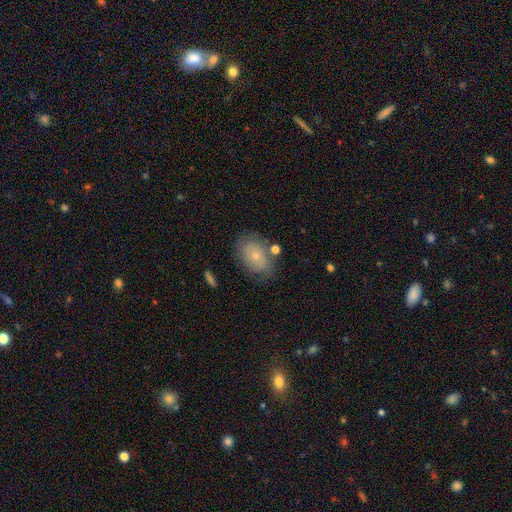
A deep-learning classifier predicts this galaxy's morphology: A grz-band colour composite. It shows a smooth galaxy with no disk features (64%) that is in between round and cigar-shaped (78%). Merging: none (71%).